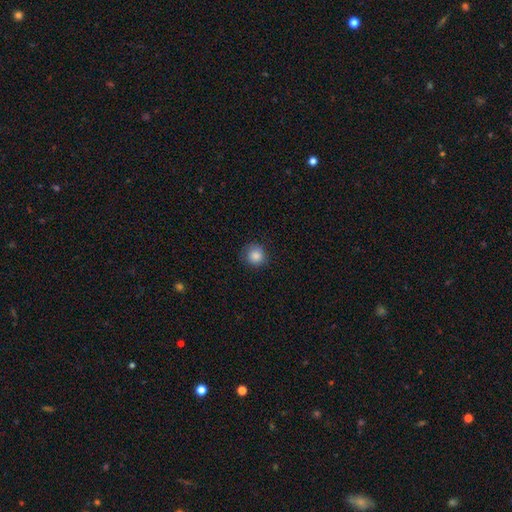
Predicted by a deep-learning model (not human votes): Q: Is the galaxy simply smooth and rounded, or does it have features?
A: smooth — 85%.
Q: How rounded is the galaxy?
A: round — 92%.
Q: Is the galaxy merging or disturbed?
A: none — 83%.